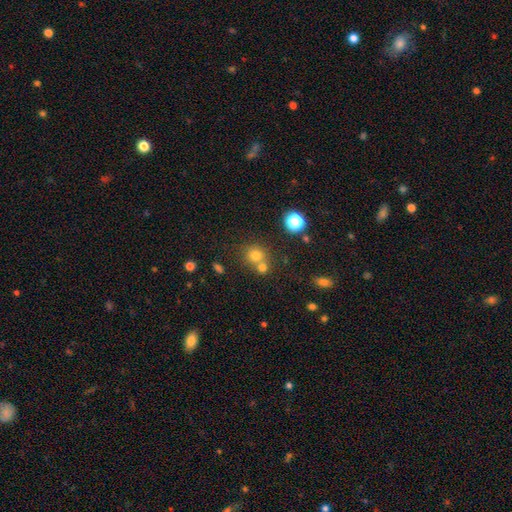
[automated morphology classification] Smooth or featured? Predicted: smooth (p=0.73). How rounded? Predicted: round (p=0.86). Merging? Predicted: none (p=0.54).